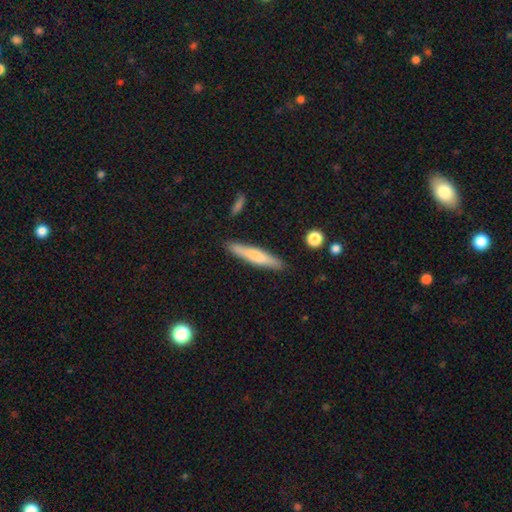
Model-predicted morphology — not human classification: This appears to be a smooth galaxy with no disk features (65%) that is cigar-shaped (91%). Merging: none (87%).